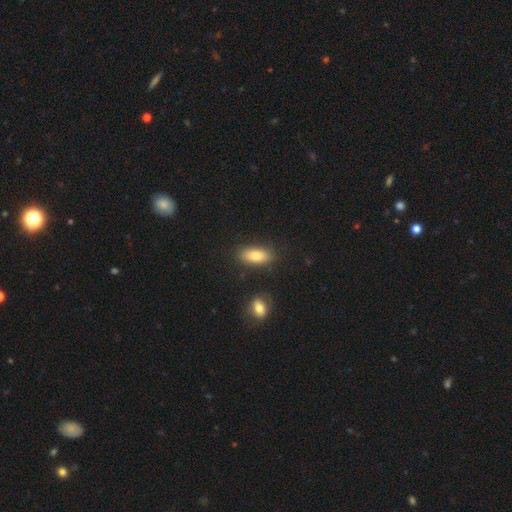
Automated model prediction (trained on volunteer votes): Smooth or featured? Predicted: smooth (p=0.82). How rounded? Predicted: in between (p=0.84). Merging? Predicted: none (p=0.83).